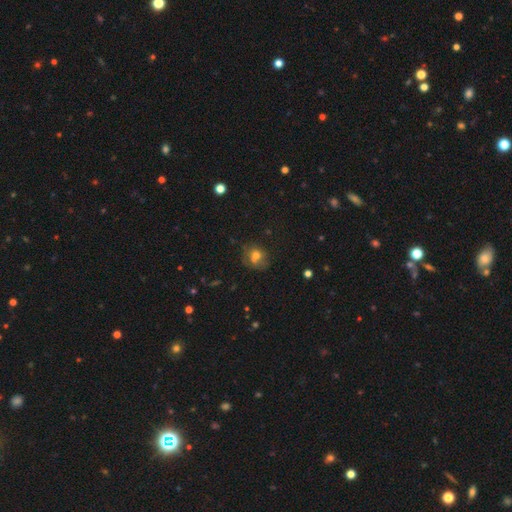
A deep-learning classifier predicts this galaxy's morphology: Smooth or featured? Predicted: smooth (p=0.65). How rounded? Predicted: round (p=0.67). Merging? Predicted: none (p=0.55).